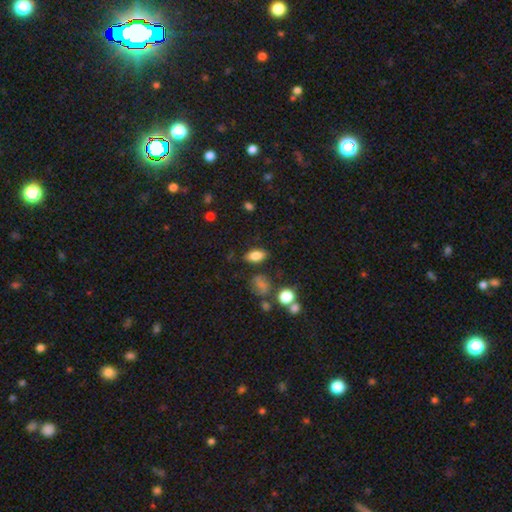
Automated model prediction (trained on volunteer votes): smooth-or-featured: smooth: 81% | star or artifact: 11% | featured or disk: 9%
  how-rounded: in between: 88% | round: 8% | cigar-shaped: 5%
  merging: none: 81% | minor disturbance: 12% | merger: 4% | major disturbance: 3%